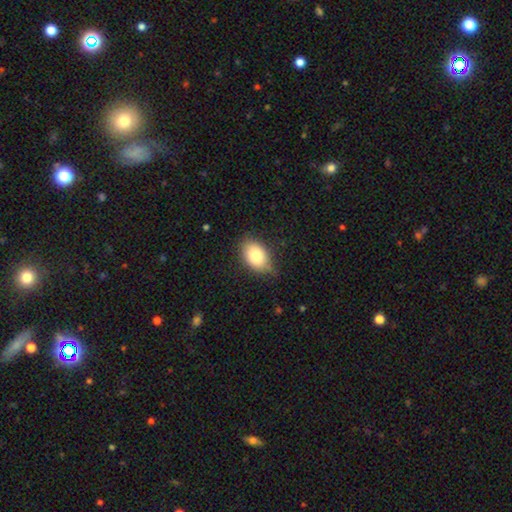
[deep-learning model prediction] This is clearly a smooth galaxy (82%). How rounded: clearly in between (87%). Merging: likely none (75%).